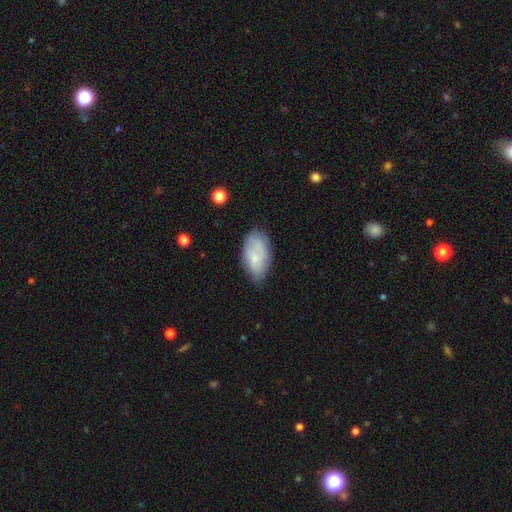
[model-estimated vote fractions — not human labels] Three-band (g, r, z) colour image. It shows a smooth galaxy with no disk features (59%) that is in between round and cigar-shaped (93%). Merging: none (68%).